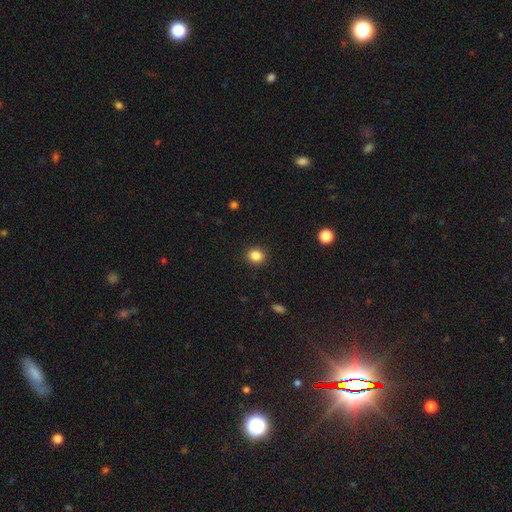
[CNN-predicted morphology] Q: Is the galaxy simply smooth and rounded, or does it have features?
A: smooth — 86%.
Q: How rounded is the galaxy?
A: round — 75%.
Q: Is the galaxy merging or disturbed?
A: none — 91%.